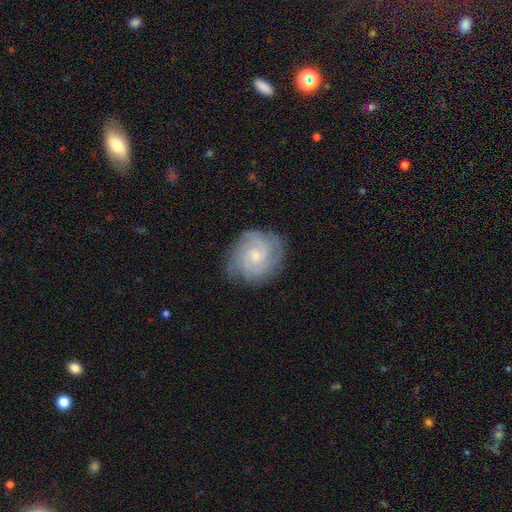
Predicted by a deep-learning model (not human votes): Morphology: type=featured or disk (84%); edge-on=no (98%); bar=no (64%); spiral arms=yes (97%); winding=tight (73%); arm count=2 (29%); bulge=small (72%); merging=none (80%).